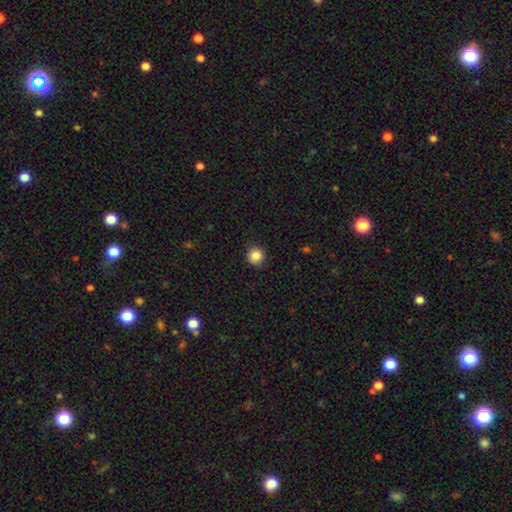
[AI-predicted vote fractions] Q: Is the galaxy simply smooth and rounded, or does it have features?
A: smooth — 85%.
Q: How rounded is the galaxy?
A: round — 94%.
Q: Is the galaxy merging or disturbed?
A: none — 89%.